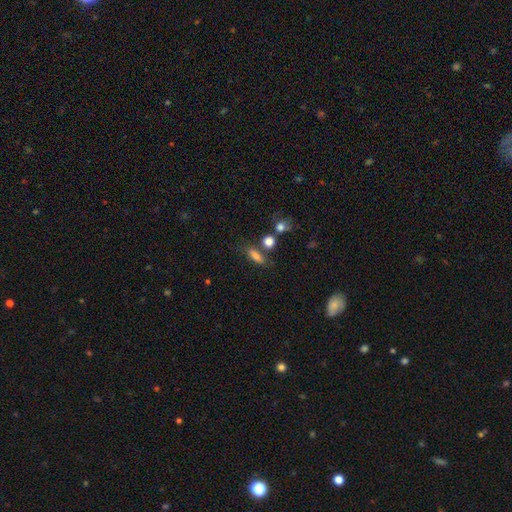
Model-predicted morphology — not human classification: The model was most divided on "how rounded": in between: 54%, cigar-shaped: 36%, round: 10%. More confident: smooth or featured — smooth (78%); merging — none (65%).